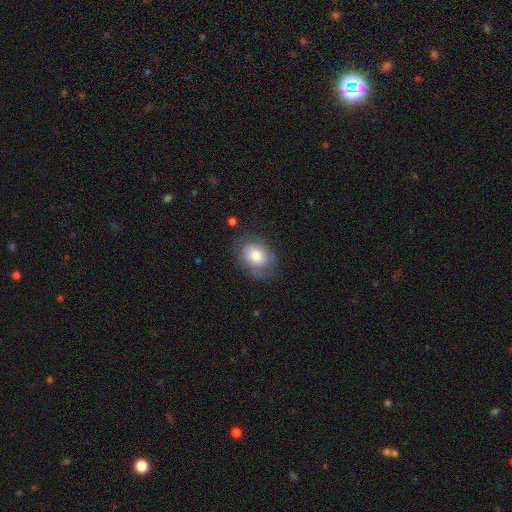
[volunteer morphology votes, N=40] A smooth galaxy with no disk features (65%) that is in between round and cigar-shaped (65%). Merging: none (67%).